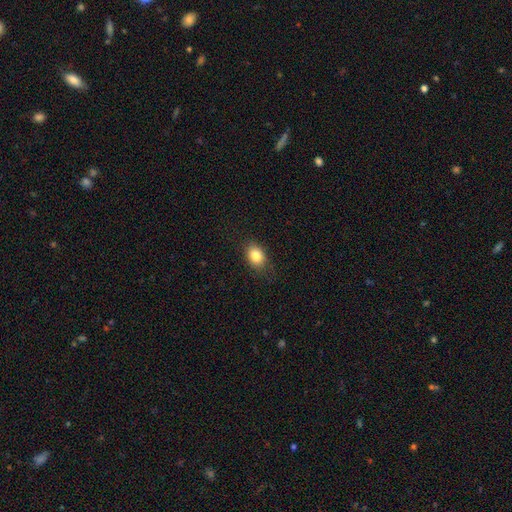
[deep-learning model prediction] This appears to be a smooth galaxy with no disk features (83%) that is in between round and cigar-shaped (68%). Merging: none (82%).